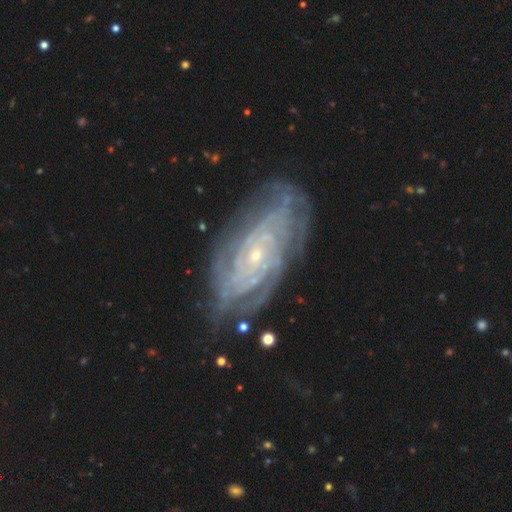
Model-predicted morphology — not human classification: This is clearly a featured or disk galaxy (86%). It is clearly not viewed edge-on (94%). Bar: likely no (72%). Spiral arm pattern: clearly yes (95%). Spiral arm count: marginally can't tell (38%). Spiral winding: likely tight (76%). Central bulge: clearly small (84%). Merging: likely none (75%).